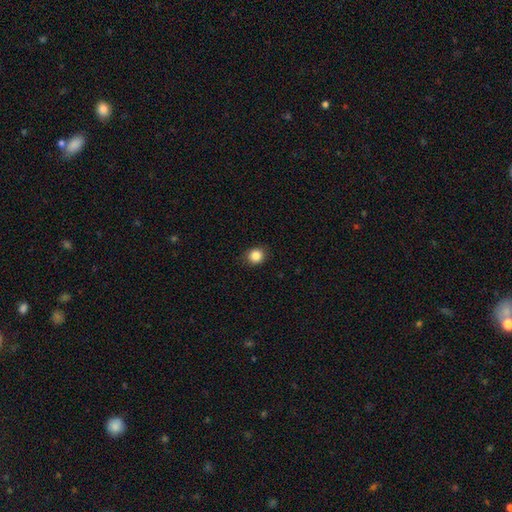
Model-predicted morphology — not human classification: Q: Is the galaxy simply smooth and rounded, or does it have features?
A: smooth — 85%.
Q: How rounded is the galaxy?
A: round — 84%.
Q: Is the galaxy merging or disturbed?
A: none — 89%.